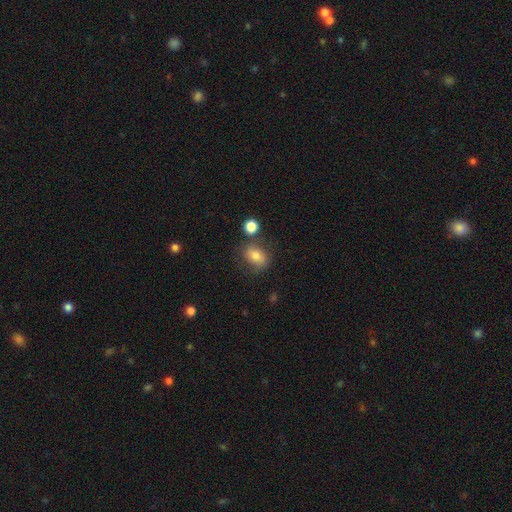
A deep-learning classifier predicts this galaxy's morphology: type=smooth (75%); roundness=in between (69%); merging=none (65%).